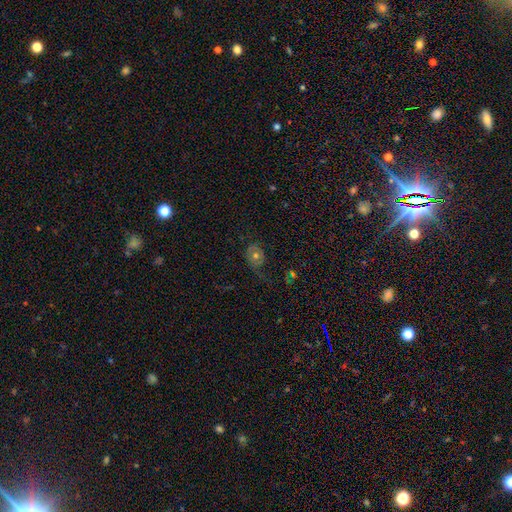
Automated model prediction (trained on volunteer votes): Smooth or featured? smooth (43%)
Merging? none (56%)